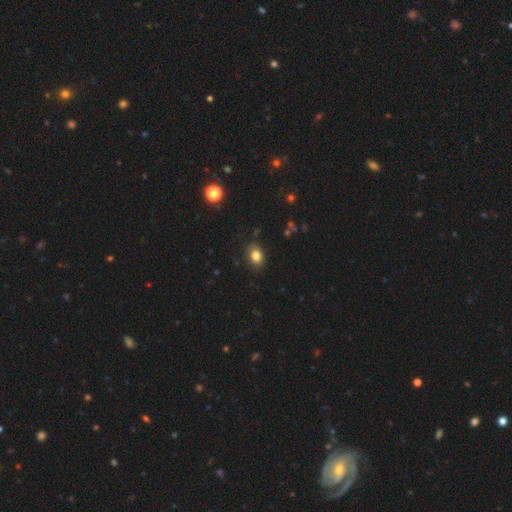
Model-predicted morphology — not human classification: This appears to be a smooth galaxy with no disk features (83%) that is in between round and cigar-shaped (67%). Merging: none (85%).